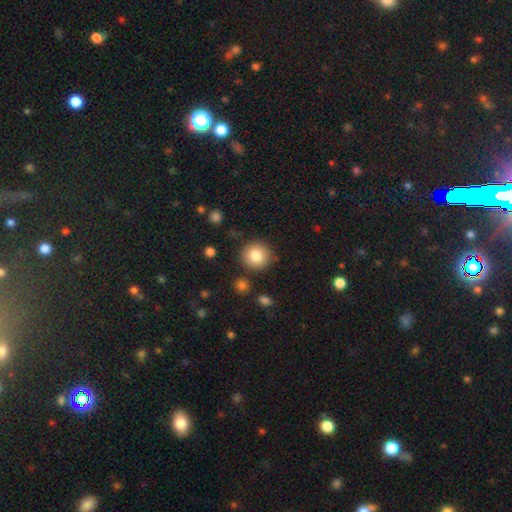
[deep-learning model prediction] Q: Smooth or featured?
A: smooth (83%); runner-up: star or artifact (9%)
Q: How rounded?
A: round (93%); runner-up: in between (6%)
Q: Merging?
A: none (86%); runner-up: minor disturbance (8%)